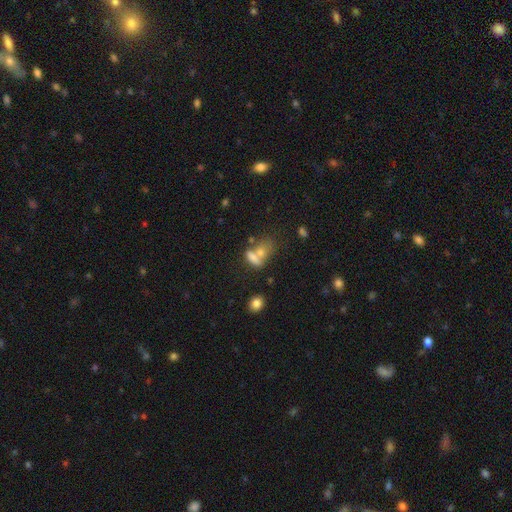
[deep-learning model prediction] smooth-or-featured: smooth: 69% | featured or disk: 18% | star or artifact: 13%
  how-rounded: in between: 71% | round: 19% | cigar-shaped: 10%
  merging: merger: 52% | none: 26% | minor disturbance: 11% | major disturbance: 10%